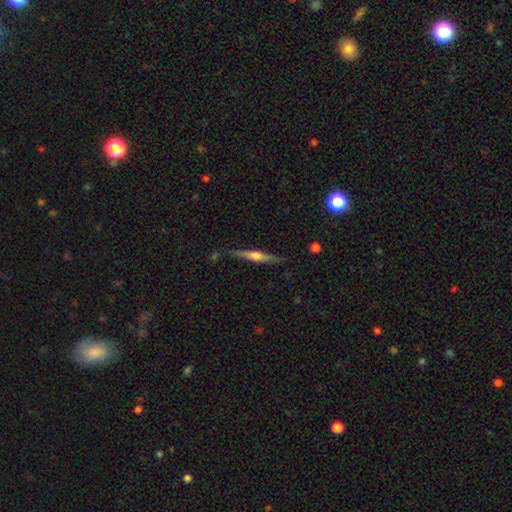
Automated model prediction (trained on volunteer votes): This is likely a featured or disk galaxy (65%). It is clearly viewed edge-on (97%). Edge-on bulge: clearly rounded (83%). Merging: clearly none (83%).